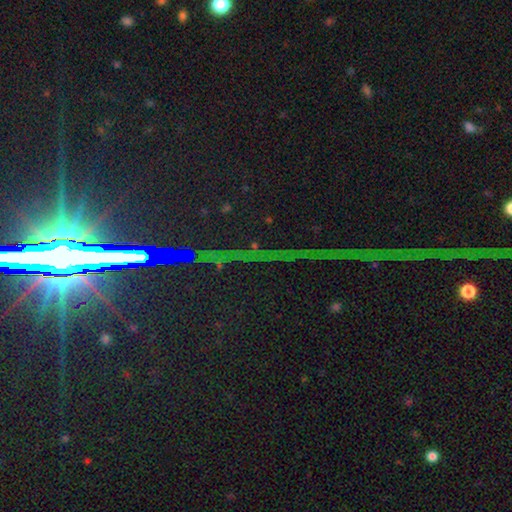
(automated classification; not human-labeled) This is clearly a star or artifact rather than a galaxy (82%).